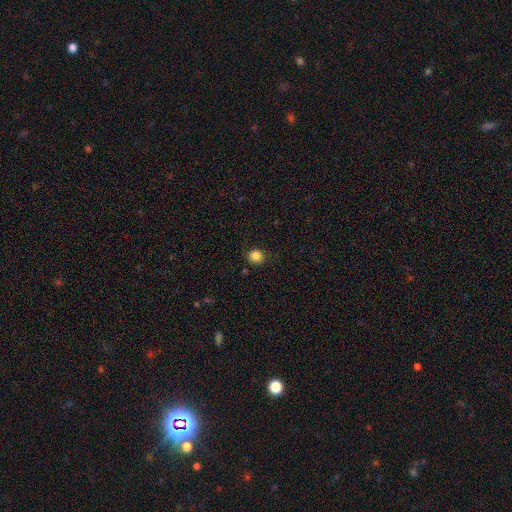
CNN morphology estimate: Smooth or featured? smooth (85%)
How rounded? round (89%)
Merging? none (88%)